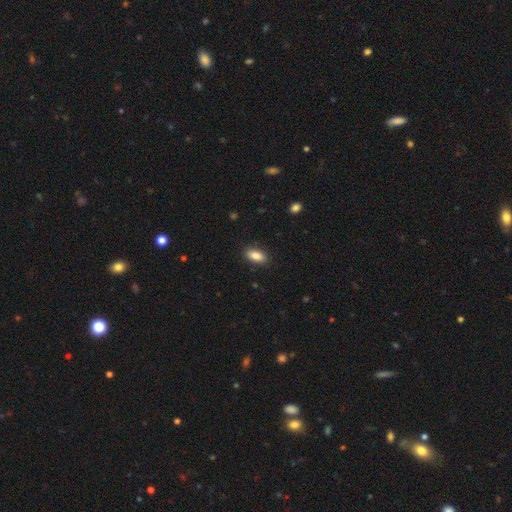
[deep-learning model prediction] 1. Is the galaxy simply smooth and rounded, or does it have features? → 87% smooth, 7% star or artifact, 6% featured or disk.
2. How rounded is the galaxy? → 89% in between, 8% cigar-shaped, 3% round.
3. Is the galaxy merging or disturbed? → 88% none, 9% minor disturbance, 2% major disturbance, 1% merger.